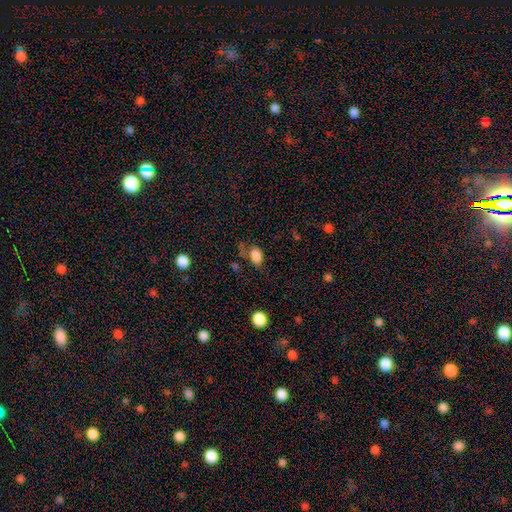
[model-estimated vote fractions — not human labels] A smooth galaxy with no disk features (82%) that is in between round and cigar-shaped (83%).

Vote fractions:
- Smooth or featured? smooth: 82% / star or artifact: 11% / featured or disk: 7%
- How rounded? in between: 83% / round: 15% / cigar-shaped: 2%
- Merging? none: 60% / minor disturbance: 24% / major disturbance: 10% / merger: 6%